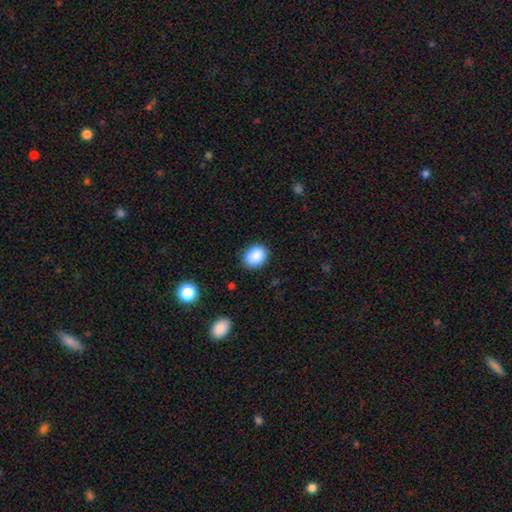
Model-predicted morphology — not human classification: A smooth galaxy with no disk features (88%) that is in between round and cigar-shaped (54%).

Vote fractions:
- Smooth or featured? smooth: 88% / star or artifact: 8% / featured or disk: 3%
- How rounded? in between: 54% / round: 45% / cigar-shaped: 1%
- Merging? none: 85% / minor disturbance: 11% / major disturbance: 3% / merger: 1%